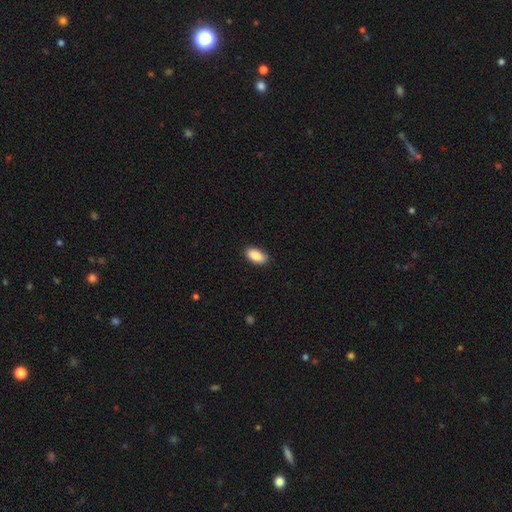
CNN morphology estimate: smooth 89%, star or artifact 6%, featured or disk 4%. Down the decision tree: how rounded — in between (94%); merging — none (87%).